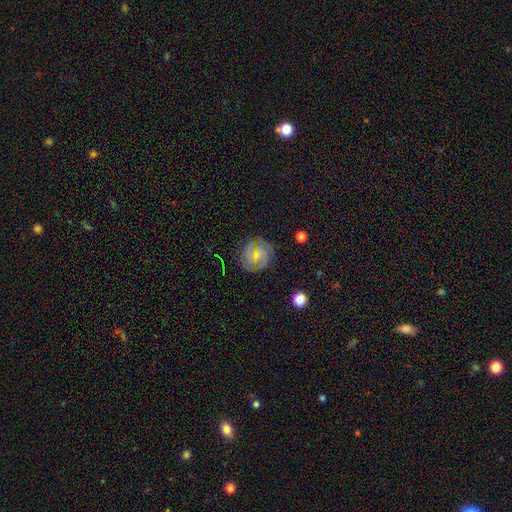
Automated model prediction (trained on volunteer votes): Smooth or featured? Predicted: smooth (p=0.51). How rounded? Predicted: round (p=0.88). Merging? Predicted: none (p=0.83).